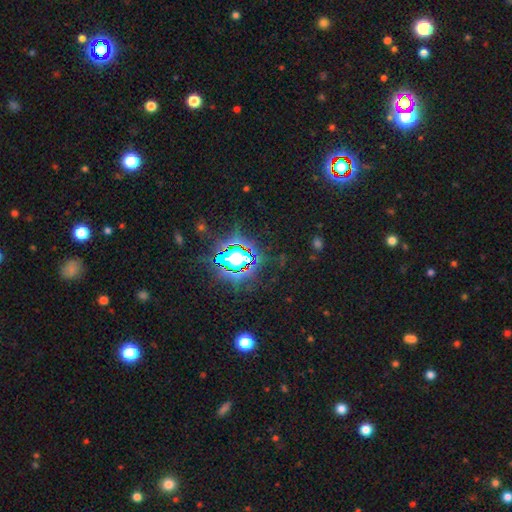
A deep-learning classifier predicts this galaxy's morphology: Q: Smooth or featured?
A: star or artifact (82%); runner-up: smooth (10%)